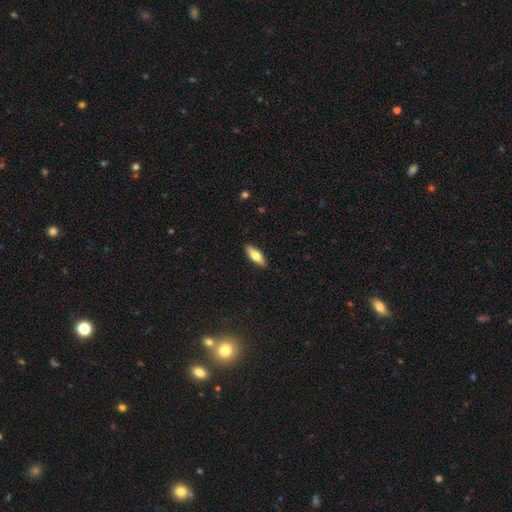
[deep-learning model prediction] smooth_or_featured: smooth (p=0.67) [alt: featured or disk p=0.27]
how_rounded: in between (p=0.67) [alt: cigar-shaped p=0.30]
merging: none (p=0.89) [alt: minor disturbance p=0.08]